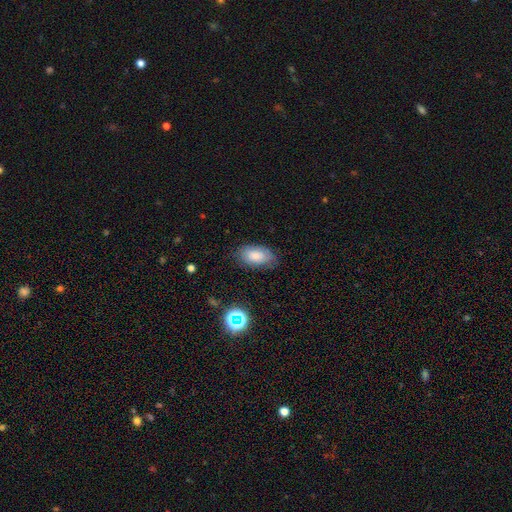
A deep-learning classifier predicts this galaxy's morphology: smooth-or-featured: smooth: 76% | featured or disk: 14% | star or artifact: 9%
  how-rounded: in between: 93% | round: 5% | cigar-shaped: 2%
  merging: none: 76% | minor disturbance: 18% | major disturbance: 4% | merger: 1%